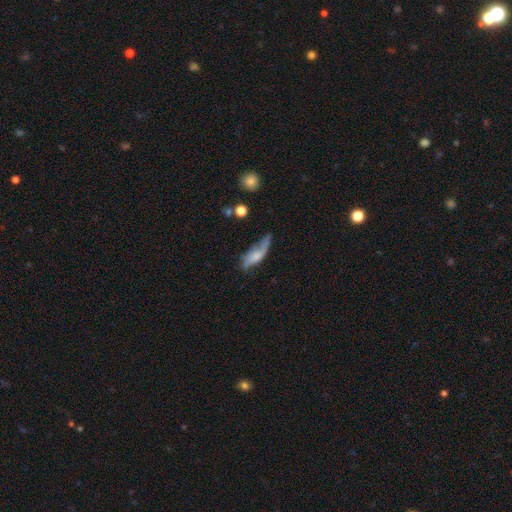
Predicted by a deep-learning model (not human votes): Overall: featured or disk (48%; smooth 44%). Merging: none (35%; minor disturbance 33%).